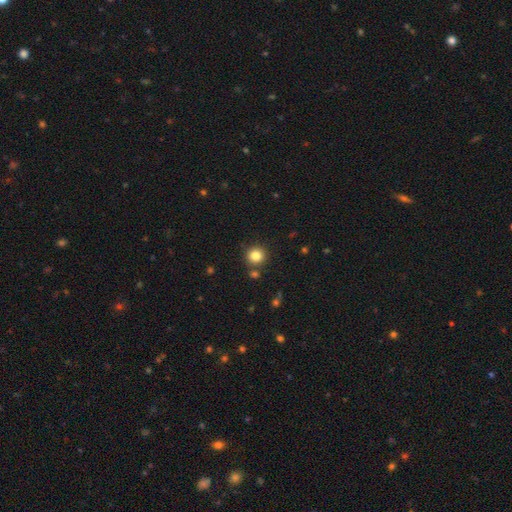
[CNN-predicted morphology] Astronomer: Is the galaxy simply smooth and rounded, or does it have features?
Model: smooth — 83%.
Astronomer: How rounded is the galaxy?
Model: round — 93%.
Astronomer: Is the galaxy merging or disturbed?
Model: none — 84%.